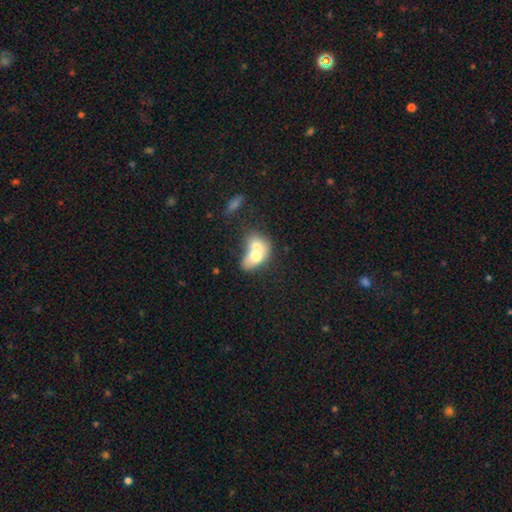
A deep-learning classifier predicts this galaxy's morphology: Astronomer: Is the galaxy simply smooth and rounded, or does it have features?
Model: smooth — 65%.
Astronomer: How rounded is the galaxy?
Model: in between — 70%.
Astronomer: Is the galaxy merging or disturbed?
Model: merger — 77%.